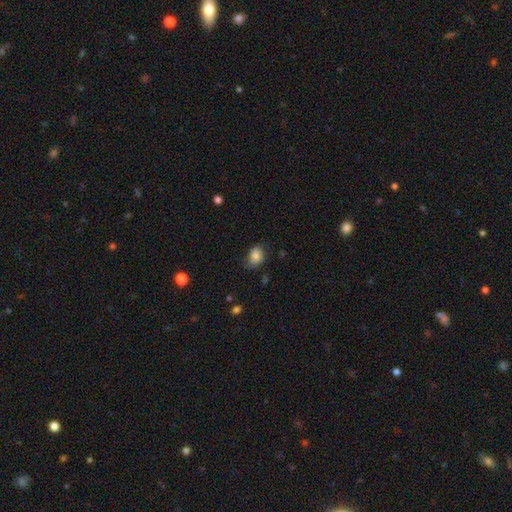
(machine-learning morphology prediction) type=smooth (82%); roundness=in between (66%); merging=none (65%).